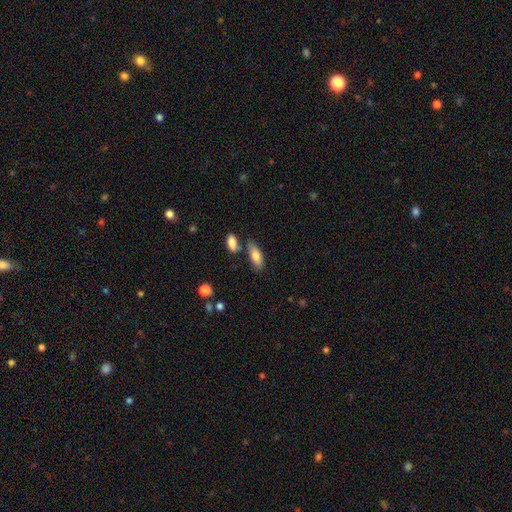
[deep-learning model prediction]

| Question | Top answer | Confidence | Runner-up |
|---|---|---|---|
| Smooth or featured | smooth | 79% | featured or disk (14%) |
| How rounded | in between | 78% | cigar-shaped (19%) |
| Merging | none | 67% | minor disturbance (16%) |